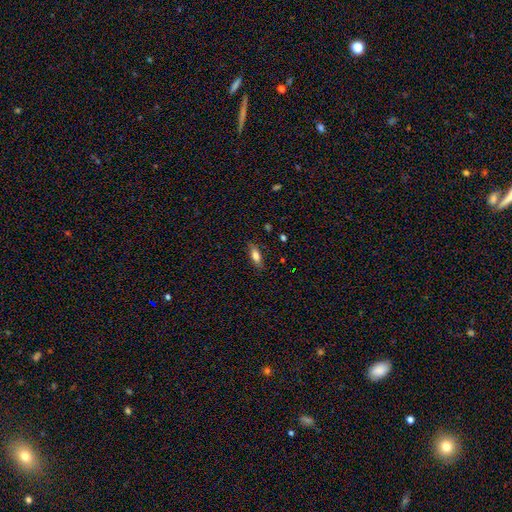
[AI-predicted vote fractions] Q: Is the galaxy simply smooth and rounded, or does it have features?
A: smooth — 74%.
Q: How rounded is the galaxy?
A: in between — 62%.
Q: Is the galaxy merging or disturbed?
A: none — 85%.